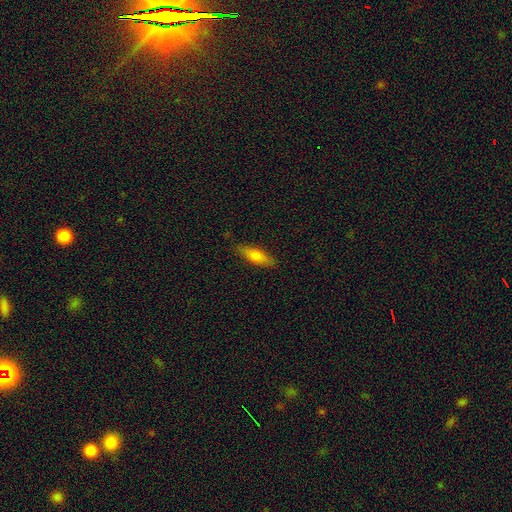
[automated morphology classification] Smooth or featured?
  - smooth: 76% *
  - featured or disk: 17%
  - star or artifact: 7%
How rounded?
  - cigar-shaped: 52% *
  - in between: 46%
  - round: 2%
Merging?
  - none: 84% *
  - minor disturbance: 12%
  - major disturbance: 2%
  - merger: 1%